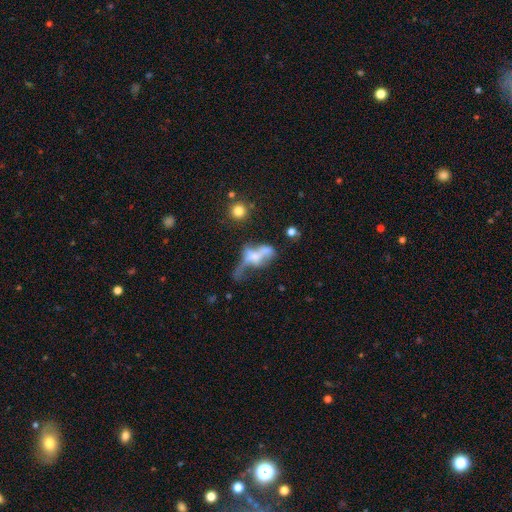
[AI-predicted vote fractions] featured or disk 52%, smooth 34%, star or artifact 14%. Down the decision tree: edge-on disk — no (75%); merging — major disturbance (38%).